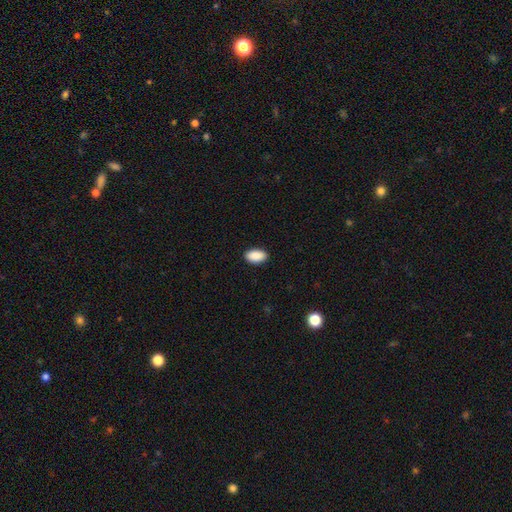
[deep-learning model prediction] Q: Smooth or featured?
A: smooth (91%); runner-up: star or artifact (7%)
Q: How rounded?
A: in between (94%); runner-up: round (4%)
Q: Merging?
A: none (90%); runner-up: minor disturbance (8%)